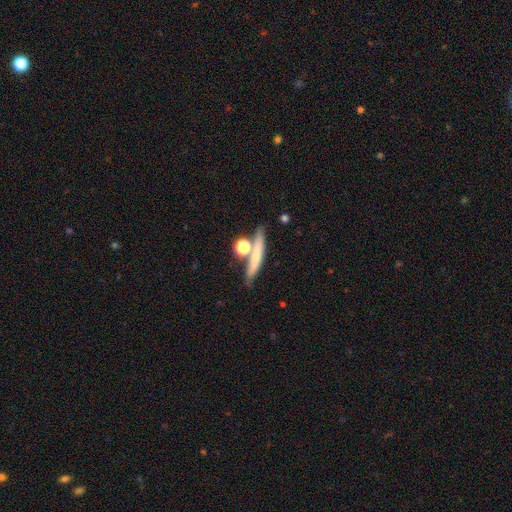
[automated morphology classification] The model was most divided on "smooth or featured": smooth: 60%, featured or disk: 31%, star or artifact: 9%. More confident: how rounded — cigar-shaped (74%); merging — none (64%).